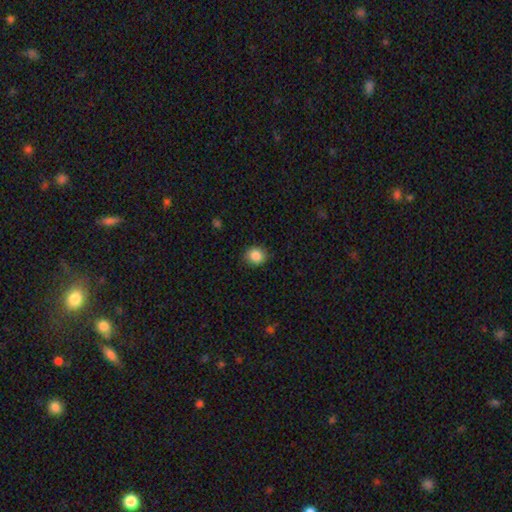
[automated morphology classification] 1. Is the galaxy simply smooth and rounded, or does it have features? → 86% smooth, 9% star or artifact, 5% featured or disk.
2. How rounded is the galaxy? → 81% round, 18% in between, 1% cigar-shaped.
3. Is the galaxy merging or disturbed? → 86% none, 11% minor disturbance, 3% major disturbance, 1% merger.